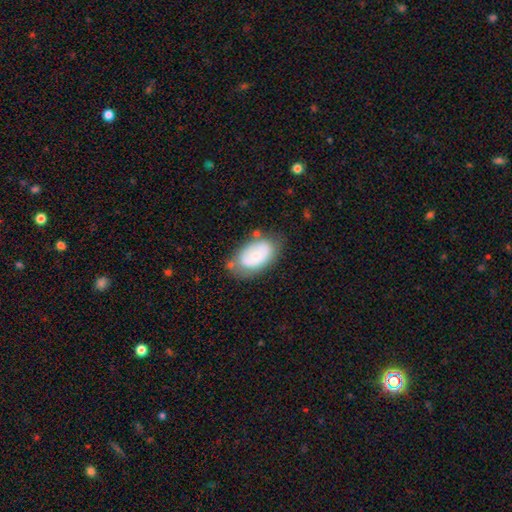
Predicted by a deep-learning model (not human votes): Smooth or featured? smooth (57%)
How rounded? in between (92%)
Merging? none (59%)